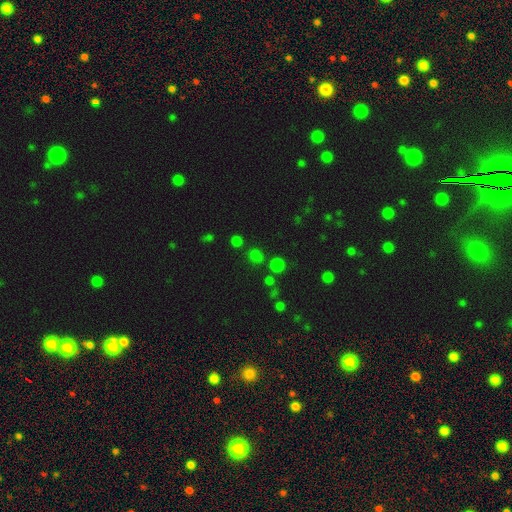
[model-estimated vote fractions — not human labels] smooth_or_featured: smooth (p=0.66) [alt: star or artifact p=0.29]
how_rounded: round (p=0.82) [alt: in between p=0.17]
merging: none (p=0.77) [alt: minor disturbance p=0.10]